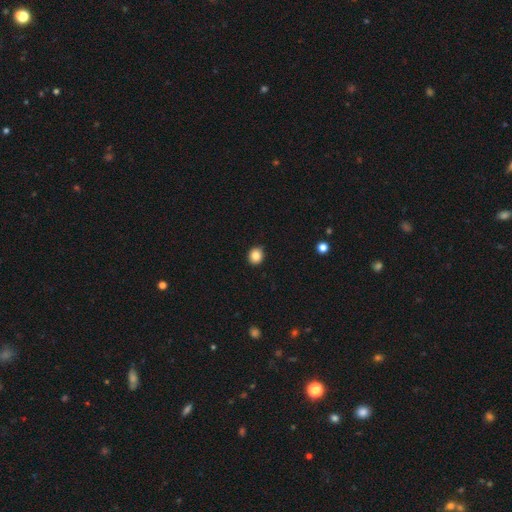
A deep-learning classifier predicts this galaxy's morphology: smooth 84%, star or artifact 10%, featured or disk 6%. Down the decision tree: how rounded — round (78%); merging — none (91%).